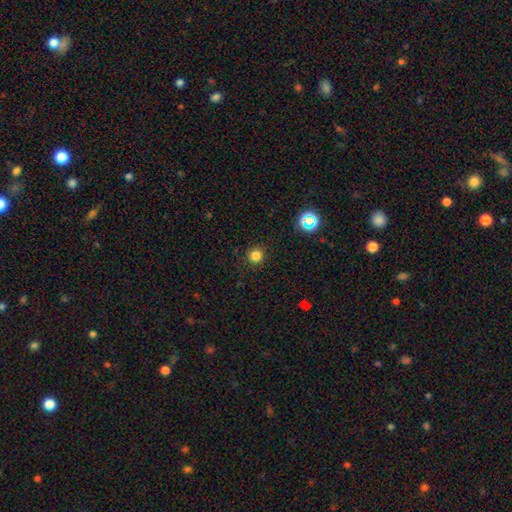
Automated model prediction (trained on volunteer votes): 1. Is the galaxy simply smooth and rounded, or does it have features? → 80% smooth, 15% star or artifact, 5% featured or disk.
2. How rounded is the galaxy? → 95% round, 5% in between, 1% cigar-shaped.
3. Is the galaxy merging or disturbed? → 90% none, 6% minor disturbance, 2% major disturbance, 1% merger.